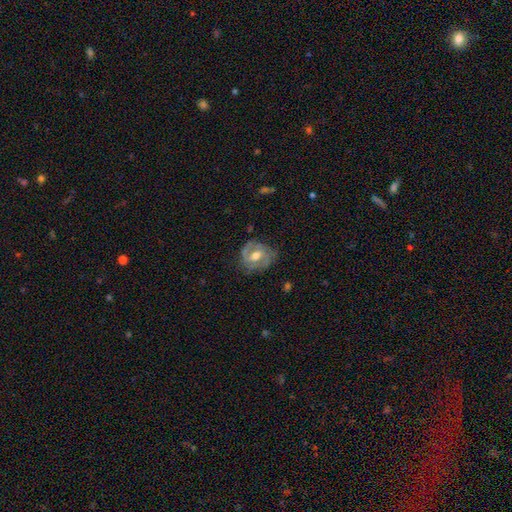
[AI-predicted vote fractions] Smooth or featured? Predicted: featured or disk (p=0.72). Edge-on disk? Predicted: no (p=0.97). Bar? Predicted: weak (p=0.46). Spiral arms? Predicted: yes (p=0.81). Spiral winding? Predicted: tight (p=0.44). Spiral arm count? Predicted: 2 (p=0.67). Bulge size? Predicted: moderate (p=0.69). Merging? Predicted: none (p=0.68).